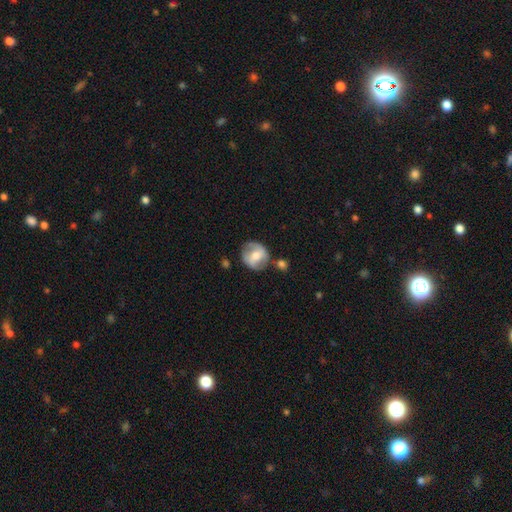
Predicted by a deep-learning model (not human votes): featured or disk 53%, smooth 40%, star or artifact 7%. Down the decision tree: edge-on disk — no (95%); bar — weak (39%); spiral arms — yes (61%); bulge size — moderate (65%); merging — none (66%).